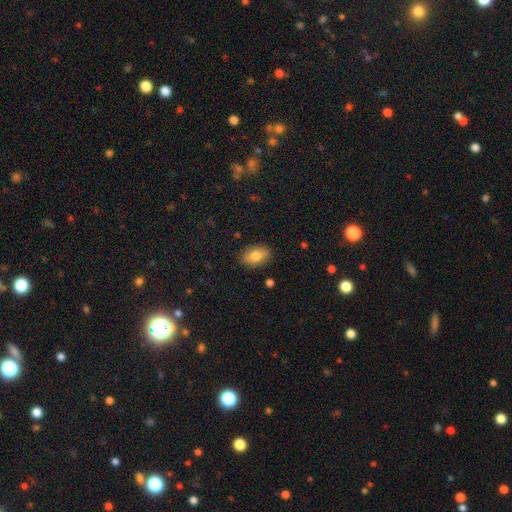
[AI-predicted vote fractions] Overall: smooth (80%). How rounded: in between (85%). Merging: none (86%).